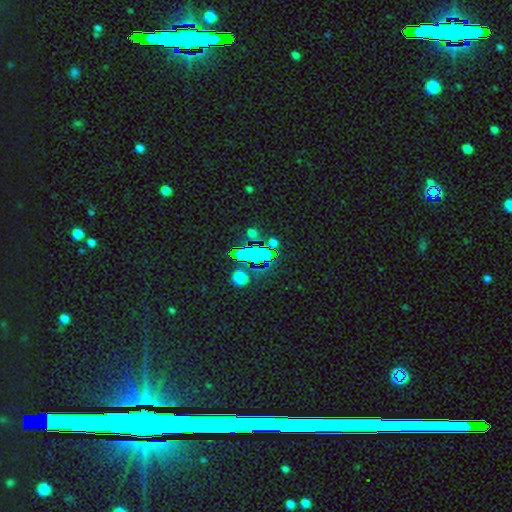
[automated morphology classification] smooth-or-featured: star or artifact: 58% | smooth: 31% | featured or disk: 11%